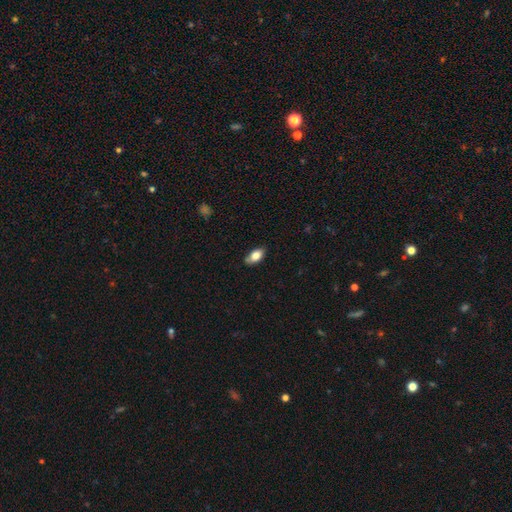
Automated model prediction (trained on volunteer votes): Smooth or featured? Predicted: smooth (p=0.79). How rounded? Predicted: in between (p=0.90). Merging? Predicted: none (p=0.79).